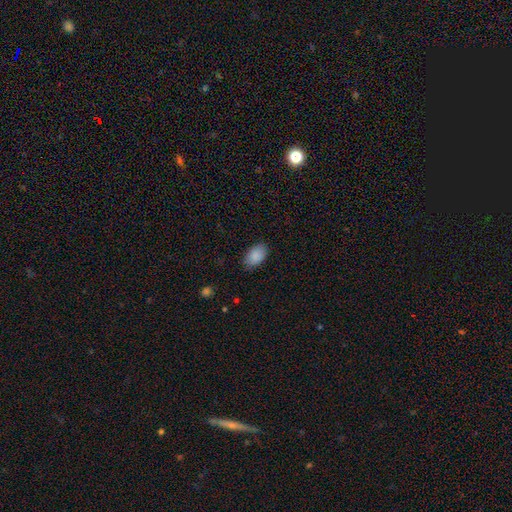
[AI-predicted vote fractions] This appears to be a smooth galaxy with no disk features (89%) that is in between round and cigar-shaped (92%). Merging: none (82%).